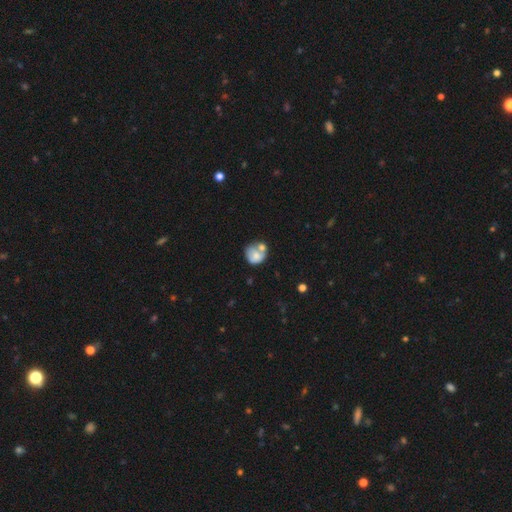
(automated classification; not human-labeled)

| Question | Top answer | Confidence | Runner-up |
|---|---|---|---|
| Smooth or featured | smooth | 66% | featured or disk (26%) |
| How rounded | round | 72% | in between (27%) |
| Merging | merger | 44% | none (32%) |